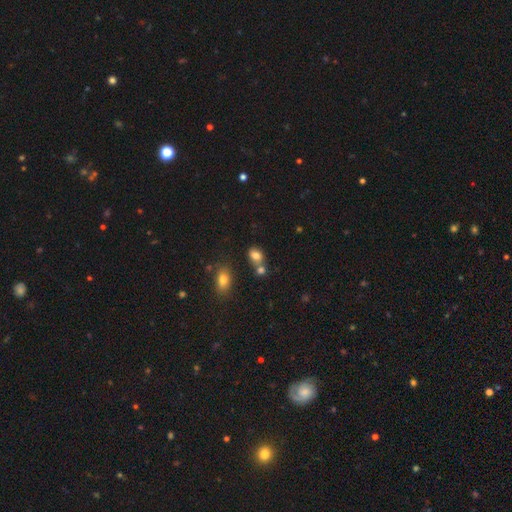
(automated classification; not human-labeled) Smooth or featured?
  - smooth: 78% *
  - star or artifact: 12%
  - featured or disk: 9%
How rounded?
  - in between: 70% *
  - round: 28%
  - cigar-shaped: 2%
Merging?
  - none: 47% *
  - merger: 34%
  - minor disturbance: 14%
  - major disturbance: 5%